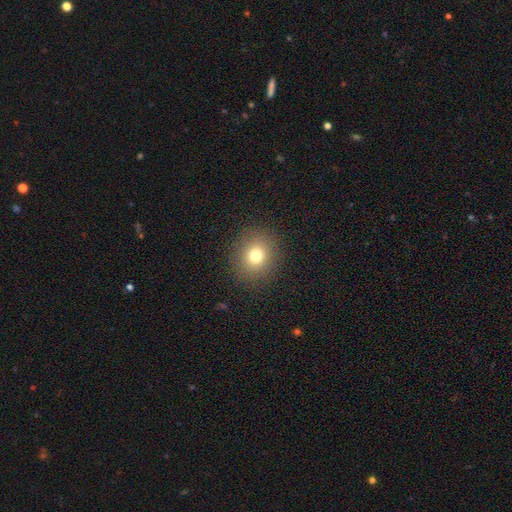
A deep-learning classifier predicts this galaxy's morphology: The model was most divided on "how rounded": round: 79%, in between: 20%, cigar-shaped: 1%. More confident: merging — none (89%); smooth or featured — smooth (76%).